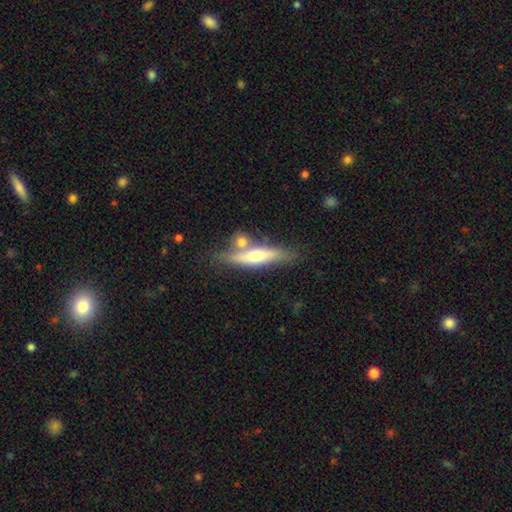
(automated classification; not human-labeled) Smooth or featured? featured or disk (52%)
Edge-on disk? yes (87%)
Merging? none (62%)